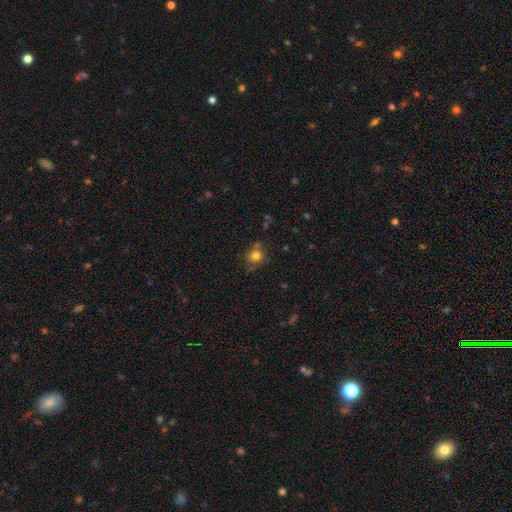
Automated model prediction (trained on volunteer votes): smooth 75%, star or artifact 14%, featured or disk 11%. Down the decision tree: how rounded — round (81%); merging — none (65%).